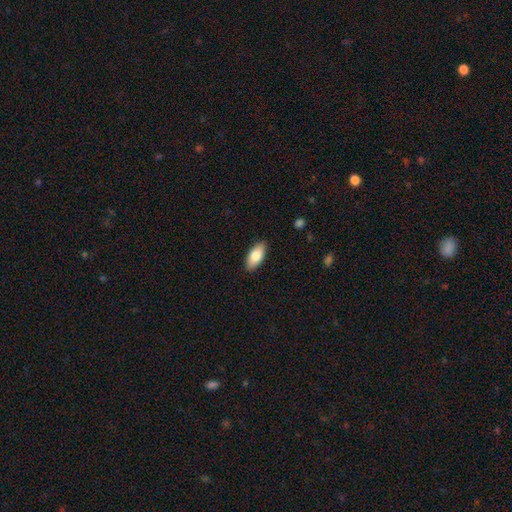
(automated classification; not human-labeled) A smooth galaxy with no disk features (81%) that is in between round and cigar-shaped (89%). Merging: none (89%).